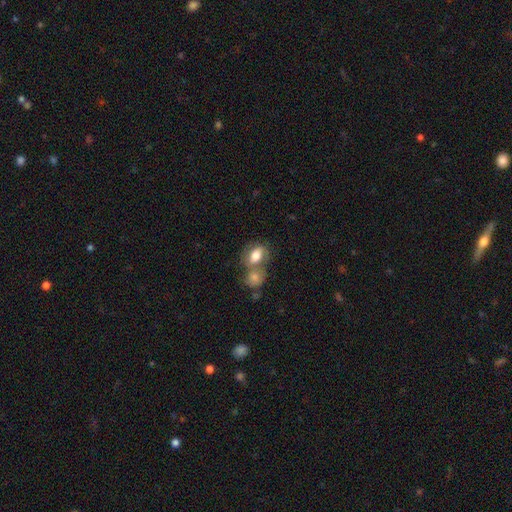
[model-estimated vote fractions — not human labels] smooth-or-featured: smooth: 75% | featured or disk: 17% | star or artifact: 8%
  how-rounded: in between: 79% | round: 19% | cigar-shaped: 2%
  merging: merger: 50% | none: 32% | minor disturbance: 12% | major disturbance: 6%